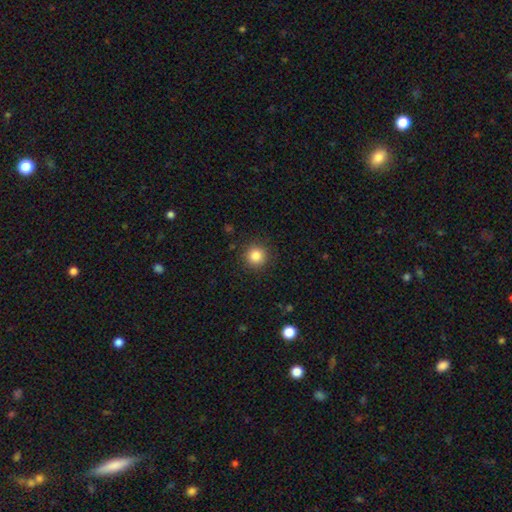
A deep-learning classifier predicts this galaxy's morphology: This is clearly a smooth galaxy (85%). How rounded: clearly round (95%). Merging: clearly none (90%).